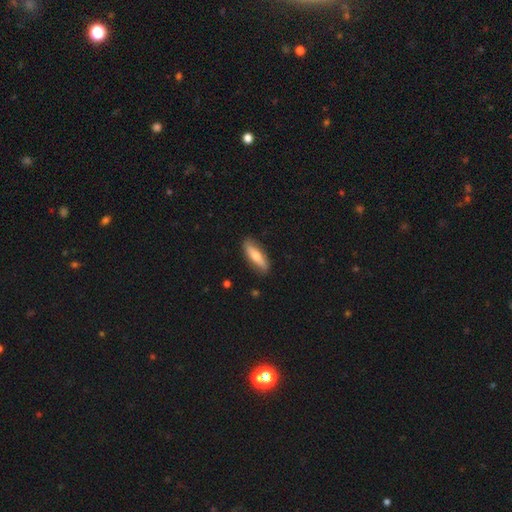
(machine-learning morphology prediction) smooth_or_featured: smooth (p=0.62) [alt: featured or disk p=0.32]
how_rounded: cigar-shaped (p=0.52) [alt: in between p=0.46]
merging: none (p=0.84) [alt: minor disturbance p=0.12]